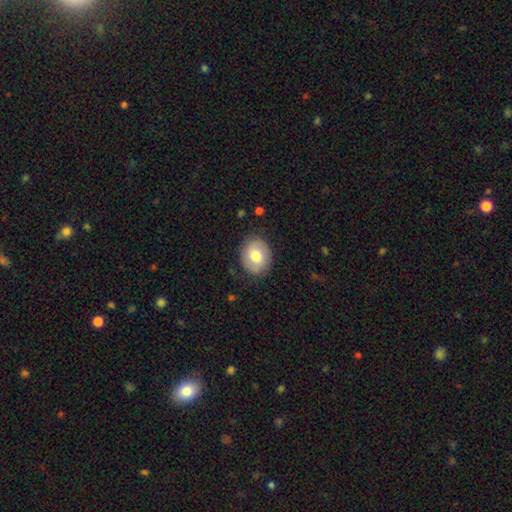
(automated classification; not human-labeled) Smooth or featured? smooth (67%)
How rounded? round (58%)
Merging? none (83%)